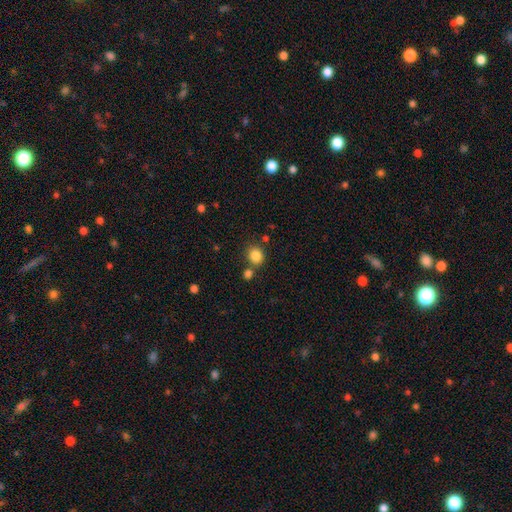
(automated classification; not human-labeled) Overall: smooth (84%). How rounded: round (78%). Merging: none (71%).